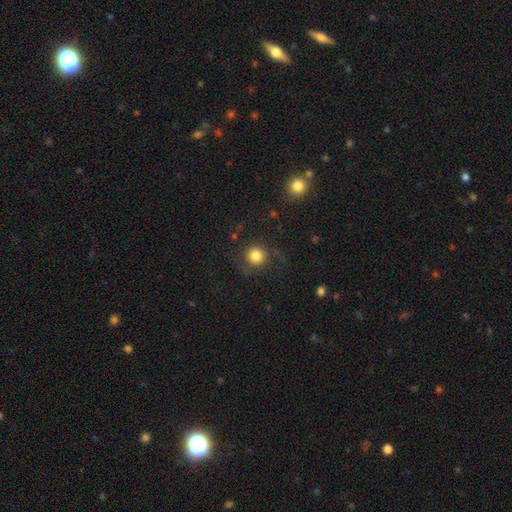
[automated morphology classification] This is likely a smooth galaxy (78%). How rounded: clearly round (92%). Merging: likely none (75%).